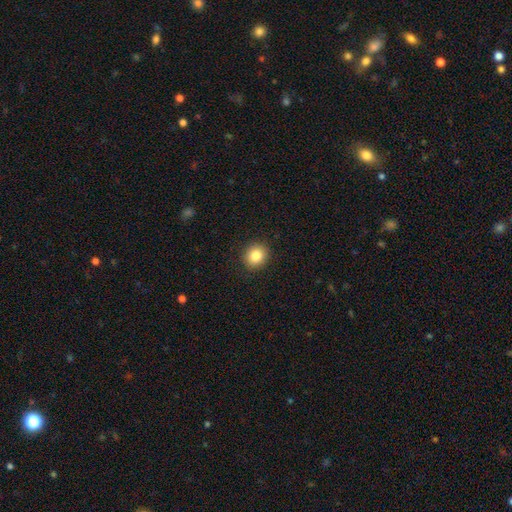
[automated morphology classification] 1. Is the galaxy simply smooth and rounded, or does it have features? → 83% smooth, 10% star or artifact, 7% featured or disk.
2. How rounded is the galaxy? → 81% round, 18% in between, 1% cigar-shaped.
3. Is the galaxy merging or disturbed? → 91% none, 6% minor disturbance, 2% major disturbance, 1% merger.